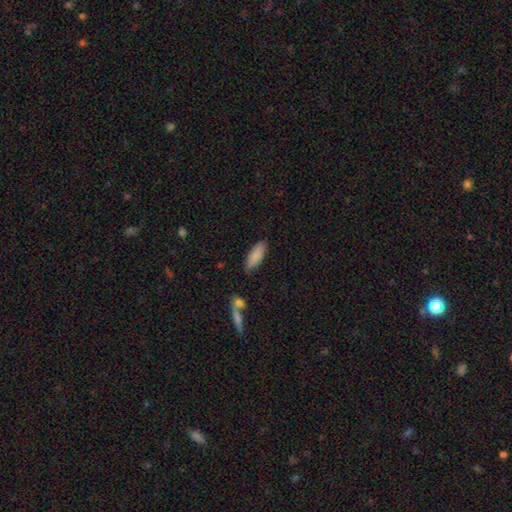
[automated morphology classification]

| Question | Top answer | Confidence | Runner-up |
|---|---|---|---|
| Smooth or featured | smooth | 86% | featured or disk (7%) |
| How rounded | in between | 73% | cigar-shaped (26%) |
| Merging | none | 80% | minor disturbance (14%) |